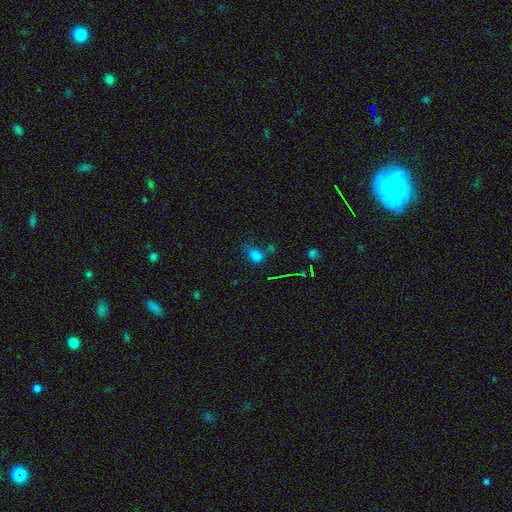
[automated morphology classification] The model was most divided on "merging": none: 48%, minor disturbance: 27%, major disturbance: 15%, merger: 10%. More confident: how rounded — in between (82%); smooth or featured — smooth (74%).